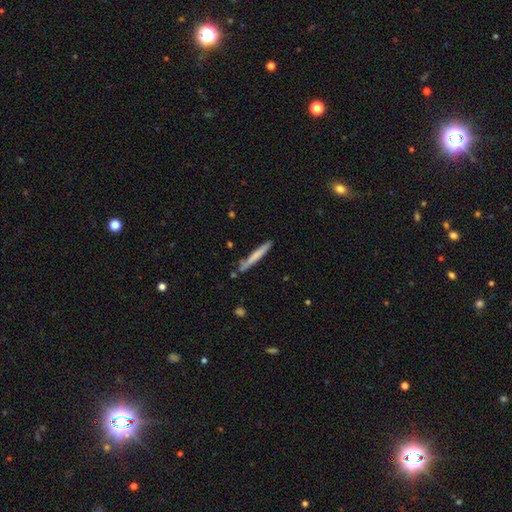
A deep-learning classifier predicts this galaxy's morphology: Smooth or featured? smooth (65%)
How rounded? cigar-shaped (96%)
Merging? none (80%)